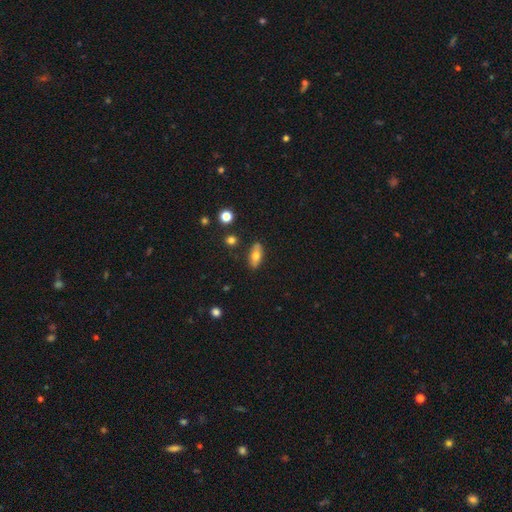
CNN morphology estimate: Q: Smooth or featured?
A: smooth (66%); runner-up: featured or disk (26%)
Q: How rounded?
A: in between (81%); runner-up: cigar-shaped (15%)
Q: Merging?
A: none (83%); runner-up: minor disturbance (11%)